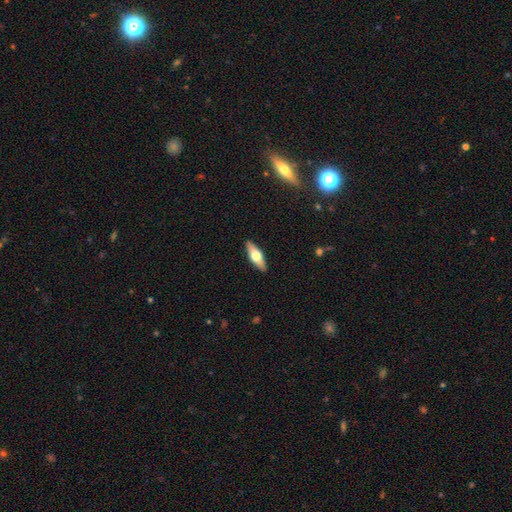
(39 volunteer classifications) This is possibly a featured or disk galaxy (59%). It is clearly viewed edge-on (100%). Edge-on bulge: clearly rounded (100%). Merging: clearly none (91%).